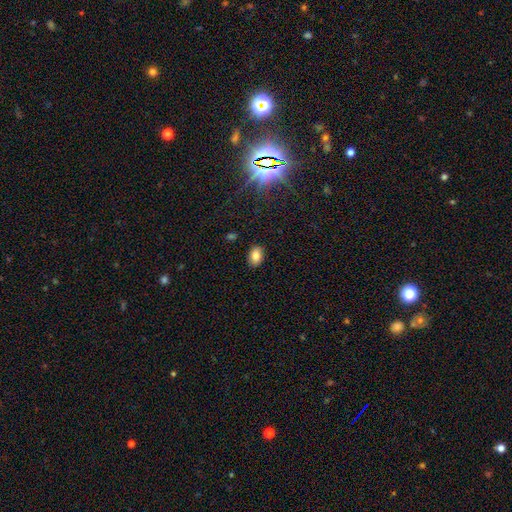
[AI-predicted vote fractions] smooth-or-featured: smooth: 82% | star or artifact: 11% | featured or disk: 7%
  how-rounded: in between: 81% | round: 18% | cigar-shaped: 1%
  merging: none: 87% | minor disturbance: 10% | major disturbance: 2% | merger: 1%